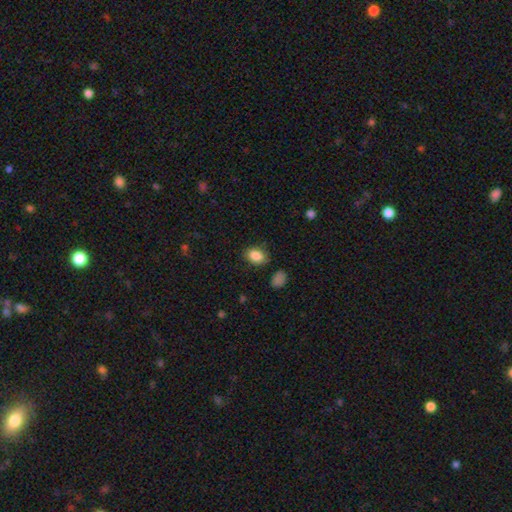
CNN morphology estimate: Smooth or featured?
  - smooth: 87% *
  - star or artifact: 8%
  - featured or disk: 5%
How rounded?
  - in between: 78% *
  - round: 21%
  - cigar-shaped: 1%
Merging?
  - none: 82% *
  - minor disturbance: 13%
  - major disturbance: 3%
  - merger: 2%